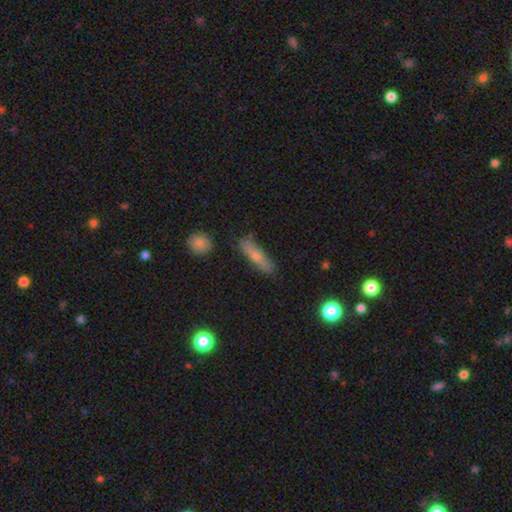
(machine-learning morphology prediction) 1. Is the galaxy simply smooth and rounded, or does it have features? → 55% smooth, 36% featured or disk, 9% star or artifact.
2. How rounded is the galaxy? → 75% cigar-shaped, 22% in between, 3% round.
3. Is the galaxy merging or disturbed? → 81% none, 13% minor disturbance, 3% major disturbance, 2% merger.